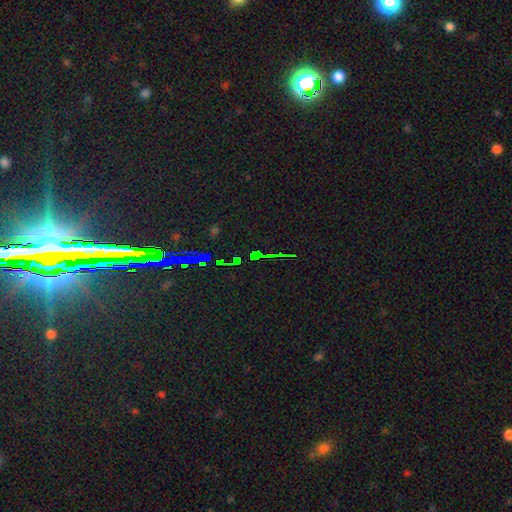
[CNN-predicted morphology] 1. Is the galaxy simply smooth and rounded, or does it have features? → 80% star or artifact, 11% smooth, 9% featured or disk.